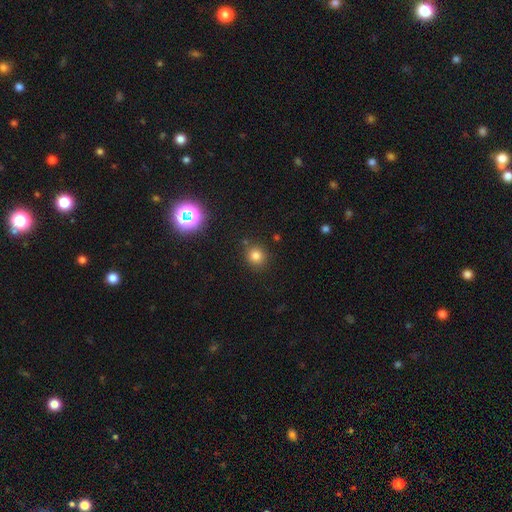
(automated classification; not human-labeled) Q: Smooth or featured?
A: smooth (79%); runner-up: star or artifact (16%)
Q: How rounded?
A: round (87%); runner-up: in between (12%)
Q: Merging?
A: none (84%); runner-up: minor disturbance (9%)